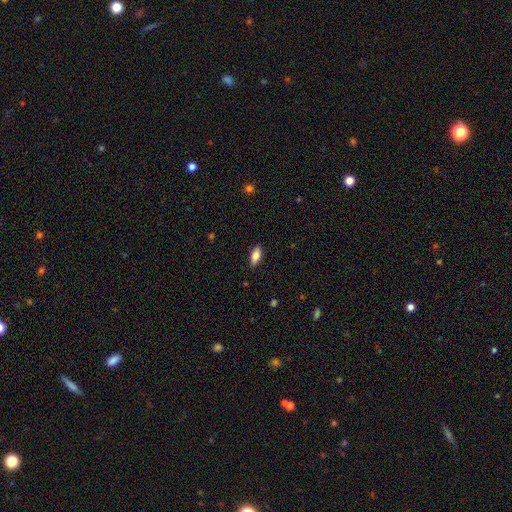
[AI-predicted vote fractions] smooth 81%, featured or disk 12%, star or artifact 7%. Down the decision tree: how rounded — in between (87%); merging — none (89%).